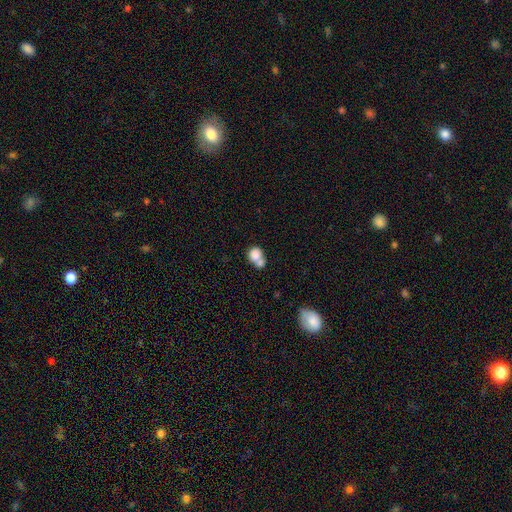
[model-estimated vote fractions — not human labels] This appears to be a smooth galaxy with no disk features (79%) that is round (67%). Merging: merger (63%).